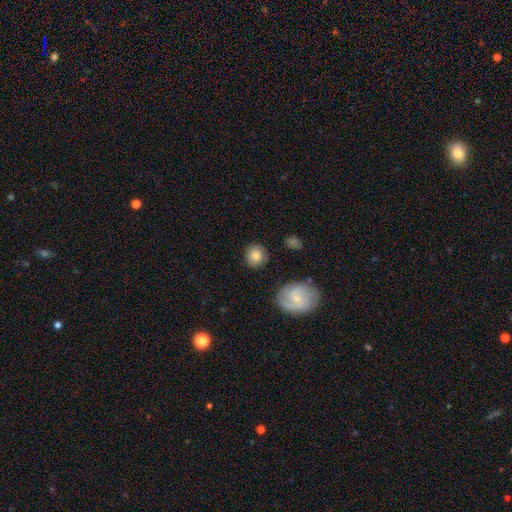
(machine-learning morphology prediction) smooth_or_featured: smooth (p=0.78) [alt: featured or disk p=0.14]
how_rounded: round (p=0.87) [alt: in between p=0.12]
merging: none (p=0.84) [alt: minor disturbance p=0.10]